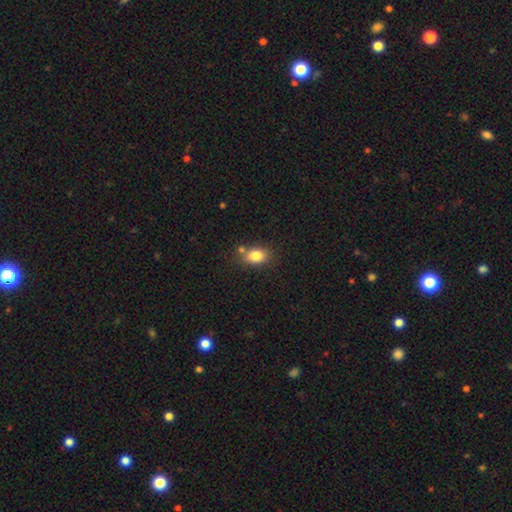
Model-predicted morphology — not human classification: This appears to be a smooth galaxy with no disk features (83%) that is in between round and cigar-shaped (72%). Merging: none (69%).